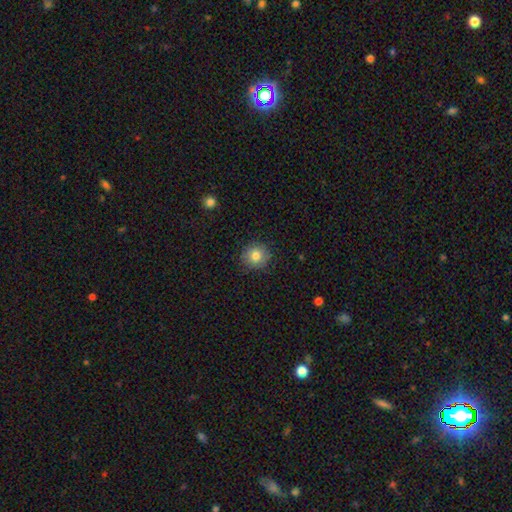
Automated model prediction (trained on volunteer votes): smooth_or_featured: smooth (p=0.81) [alt: star or artifact p=0.10]
how_rounded: round (p=0.91) [alt: in between p=0.09]
merging: none (p=0.87) [alt: minor disturbance p=0.10]